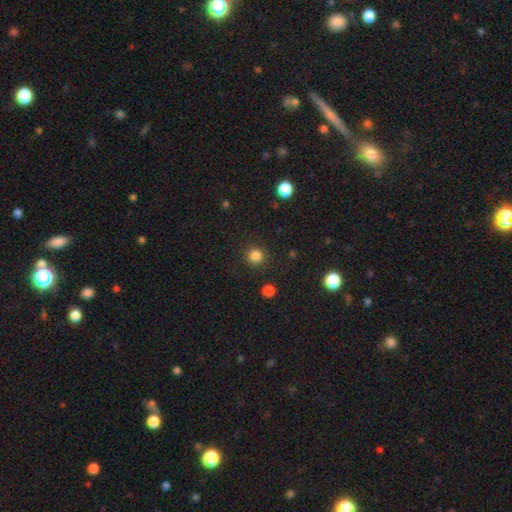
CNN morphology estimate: Q: Smooth or featured?
A: smooth (83%); runner-up: star or artifact (13%)
Q: How rounded?
A: round (93%); runner-up: in between (6%)
Q: Merging?
A: none (90%); runner-up: minor disturbance (6%)